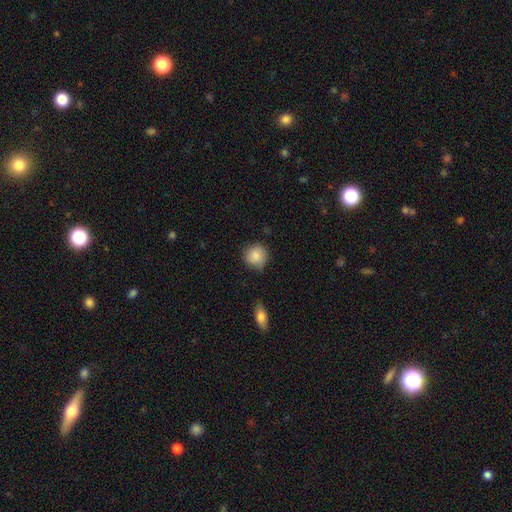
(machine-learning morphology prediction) Q: Smooth or featured?
A: smooth (86%); runner-up: star or artifact (8%)
Q: How rounded?
A: round (88%); runner-up: in between (11%)
Q: Merging?
A: none (74%); runner-up: minor disturbance (20%)